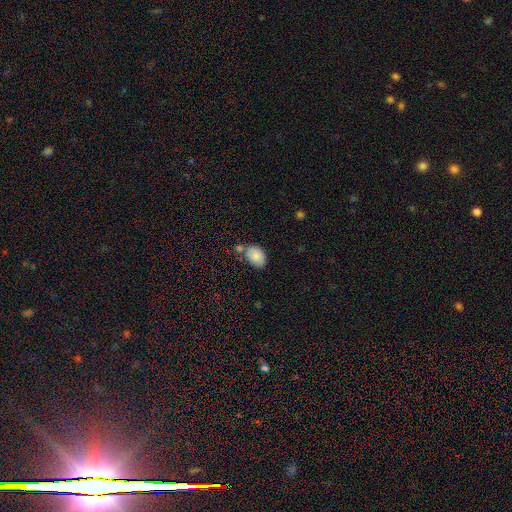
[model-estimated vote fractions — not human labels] smooth_or_featured: smooth (p=0.86) [alt: star or artifact p=0.07]
how_rounded: in between (p=0.84) [alt: round p=0.15]
merging: none (p=0.65) [alt: minor disturbance p=0.18]